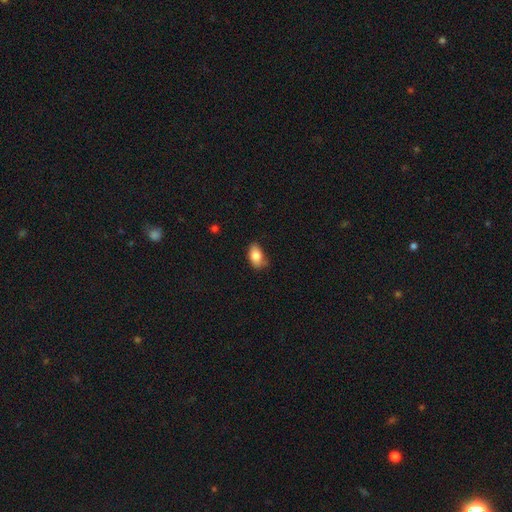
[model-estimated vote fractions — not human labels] smooth_or_featured: smooth (p=0.83) [alt: featured or disk p=0.10]
how_rounded: in between (p=0.92) [alt: round p=0.06]
merging: none (p=0.61) [alt: minor disturbance p=0.31]